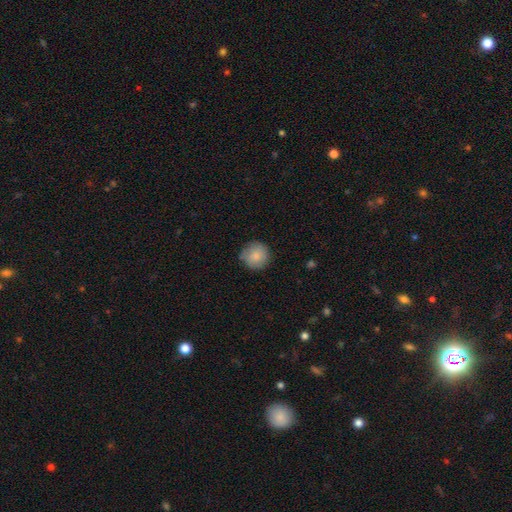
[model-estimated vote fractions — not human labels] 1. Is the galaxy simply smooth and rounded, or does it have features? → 83% smooth, 10% featured or disk, 7% star or artifact.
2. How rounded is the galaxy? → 93% round, 6% in between, 1% cigar-shaped.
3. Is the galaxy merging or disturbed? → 82% none, 14% minor disturbance, 3% major disturbance, 1% merger.